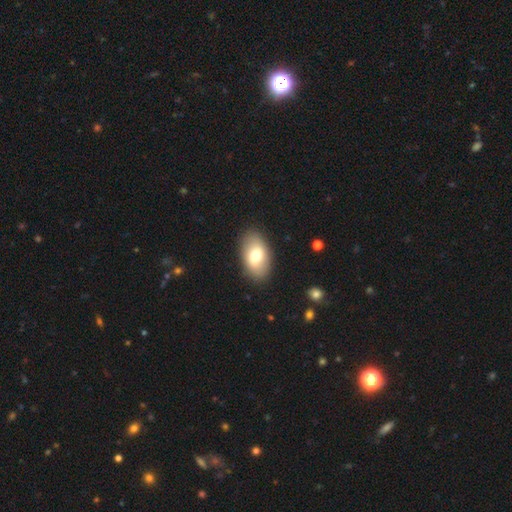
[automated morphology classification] Smooth or featured? Predicted: smooth (p=0.70). How rounded? Predicted: in between (p=0.92). Merging? Predicted: none (p=0.88).